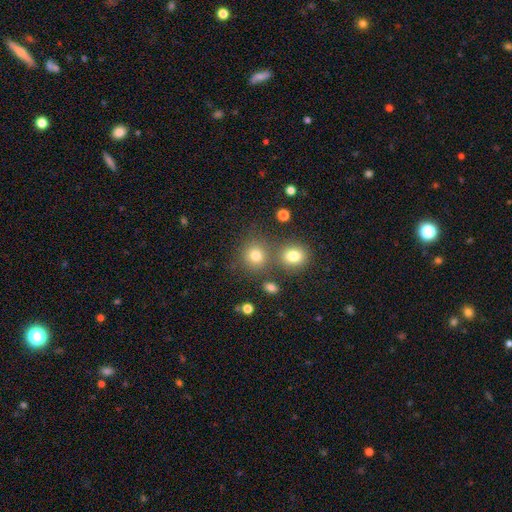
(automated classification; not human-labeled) Morphology: type=smooth (78%); roundness=round (87%); merging=none (69%).